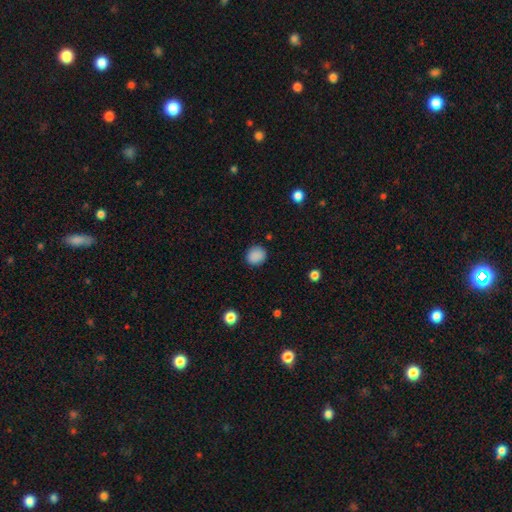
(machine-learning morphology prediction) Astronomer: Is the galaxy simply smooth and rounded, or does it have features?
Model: smooth — 88%.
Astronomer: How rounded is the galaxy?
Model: round — 78%.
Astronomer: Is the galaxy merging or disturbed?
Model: none — 87%.